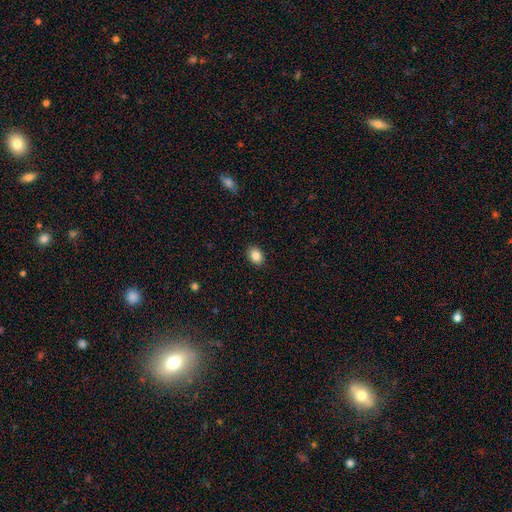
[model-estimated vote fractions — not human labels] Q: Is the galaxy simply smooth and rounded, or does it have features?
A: smooth — 86%.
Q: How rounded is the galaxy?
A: in between — 66%.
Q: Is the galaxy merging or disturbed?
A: none — 90%.